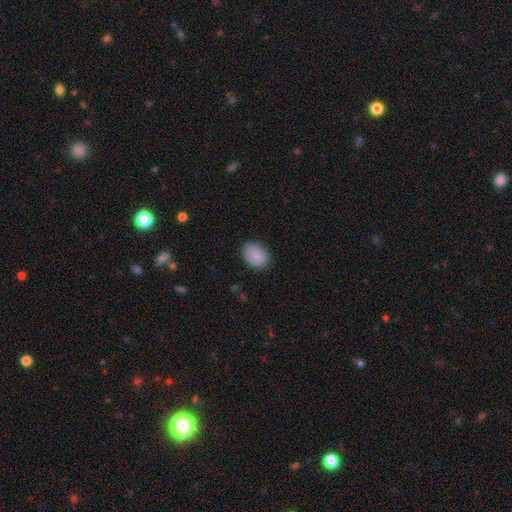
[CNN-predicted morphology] smooth 88%, star or artifact 8%, featured or disk 5%. Down the decision tree: how rounded — in between (62%); merging — none (85%).